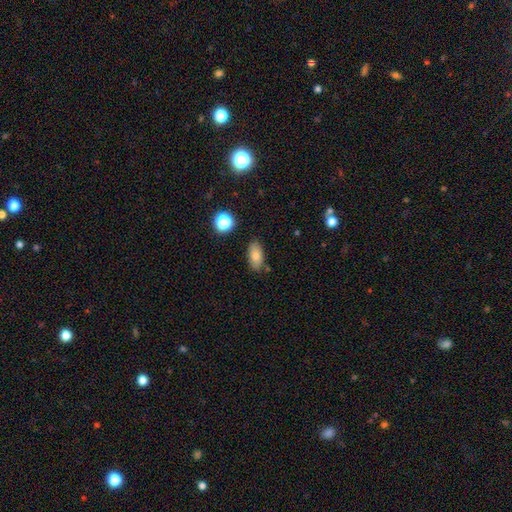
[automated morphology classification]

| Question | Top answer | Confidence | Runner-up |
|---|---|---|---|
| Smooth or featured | smooth | 78% | featured or disk (12%) |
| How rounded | in between | 89% | round (7%) |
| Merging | none | 79% | minor disturbance (15%) |